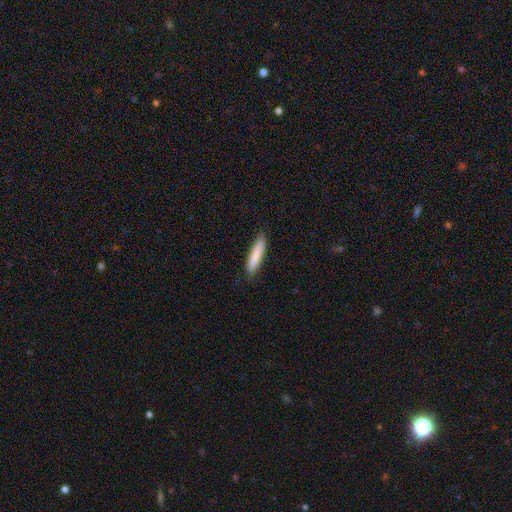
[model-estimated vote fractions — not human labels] smooth_or_featured: smooth (p=0.84) [alt: featured or disk p=0.11]
how_rounded: cigar-shaped (p=0.87) [alt: in between p=0.12]
merging: none (p=0.86) [alt: minor disturbance p=0.11]